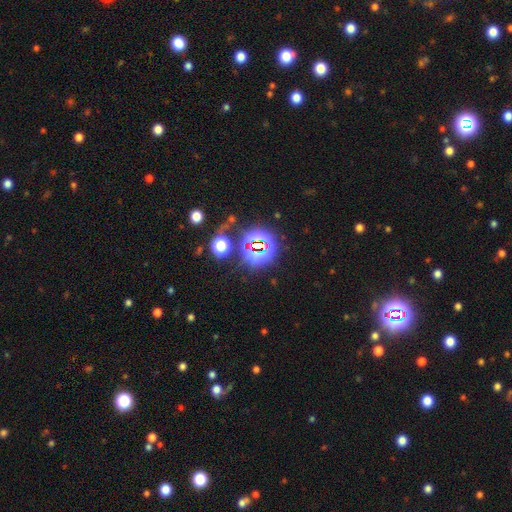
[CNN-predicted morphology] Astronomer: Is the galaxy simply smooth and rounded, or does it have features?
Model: star or artifact — 82%.